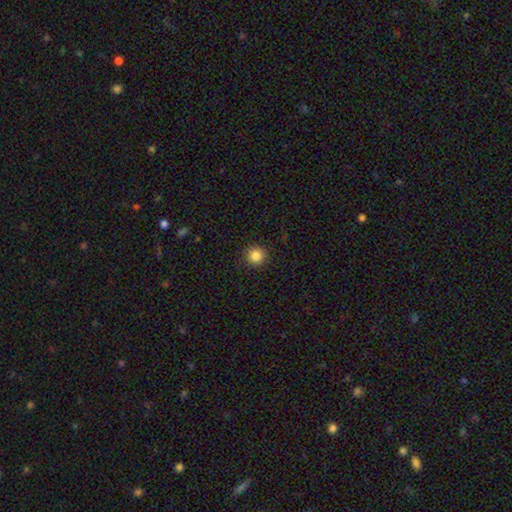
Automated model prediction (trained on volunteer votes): This appears to be a smooth galaxy with no disk features (85%) that is round (95%). Merging: none (92%).